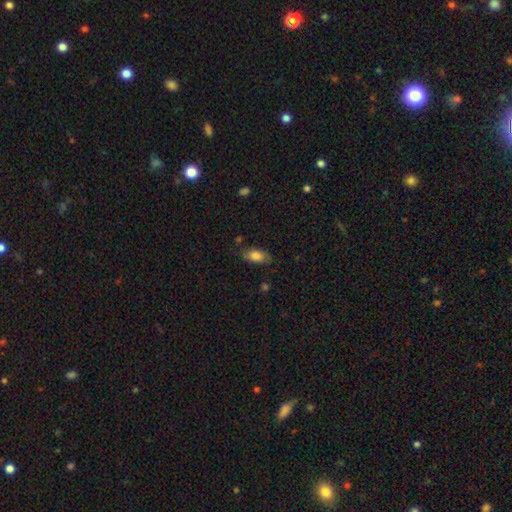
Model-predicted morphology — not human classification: Smooth or featured? smooth (79%)
How rounded? in between (88%)
Merging? none (72%)